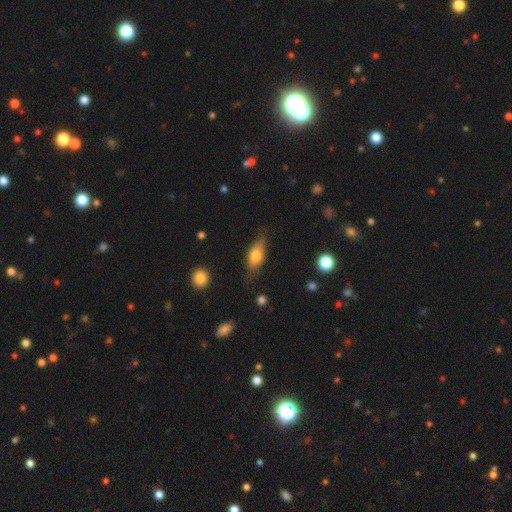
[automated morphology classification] This is likely a smooth galaxy (63%). How rounded: likely in between (73%). Merging: likely none (70%).